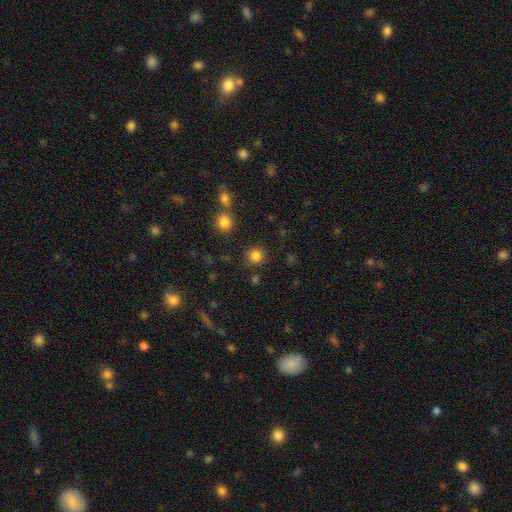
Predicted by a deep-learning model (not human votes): Q: Smooth or featured?
A: smooth (83%); runner-up: star or artifact (13%)
Q: How rounded?
A: round (91%); runner-up: in between (8%)
Q: Merging?
A: none (84%); runner-up: minor disturbance (8%)